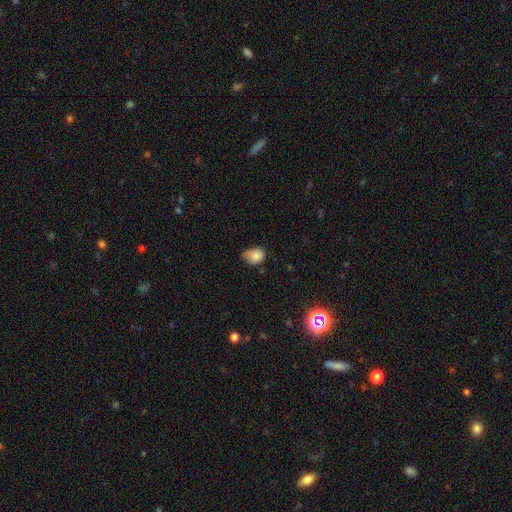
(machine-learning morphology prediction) smooth 83%, star or artifact 10%, featured or disk 7%. Down the decision tree: how rounded — in between (50%); merging — minor disturbance (46%).